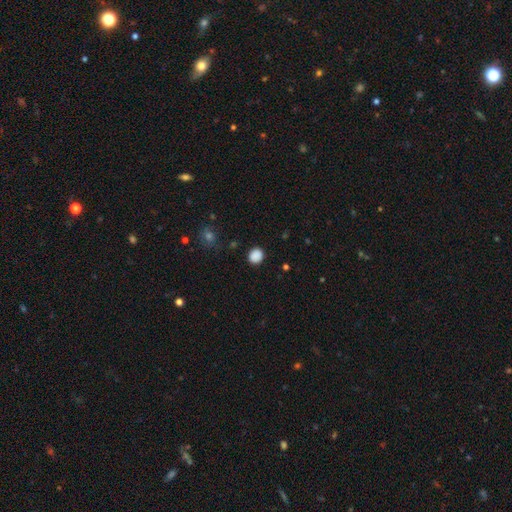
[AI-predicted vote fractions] Smooth or featured: smooth — 87% (star or artifact — 10%)
How rounded: round — 76% (in between — 23%)
Merging: none — 87% (minor disturbance — 9%)